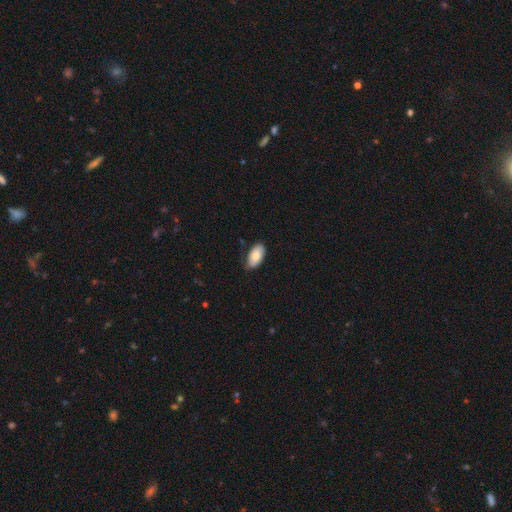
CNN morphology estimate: Q: Smooth or featured?
A: smooth (81%); runner-up: featured or disk (12%)
Q: How rounded?
A: in between (95%); runner-up: round (3%)
Q: Merging?
A: none (73%); runner-up: minor disturbance (23%)